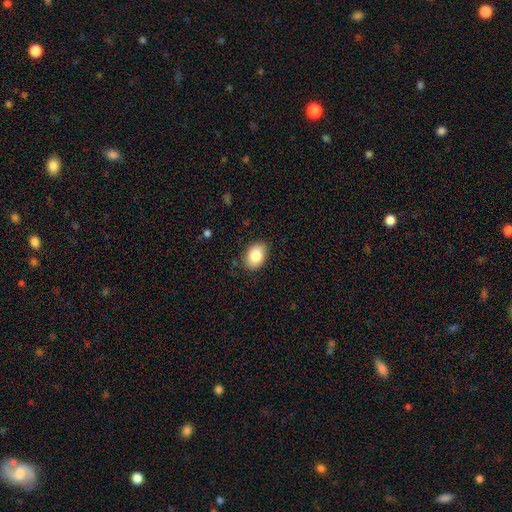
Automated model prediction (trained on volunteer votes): This appears to be a smooth galaxy with no disk features (84%) that is in between round and cigar-shaped (79%). Merging: none (84%).